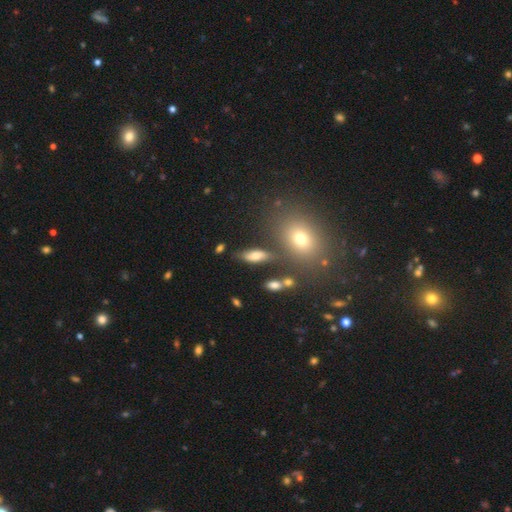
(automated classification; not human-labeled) The model was most divided on "smooth or featured": smooth: 68%, featured or disk: 21%, star or artifact: 11%. More confident: merging — none (72%); how rounded — in between (71%).